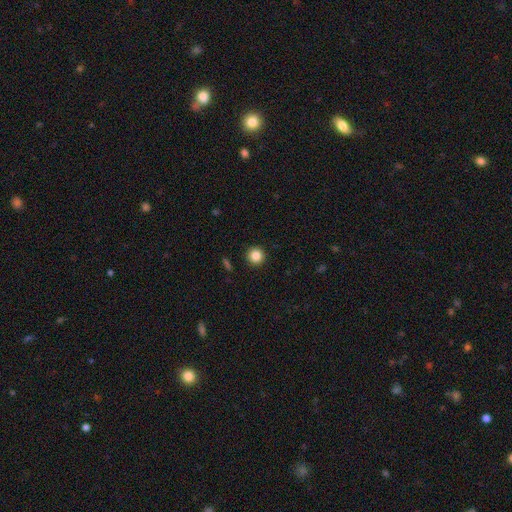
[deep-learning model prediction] Smooth or featured? smooth (85%)
How rounded? round (96%)
Merging? none (93%)